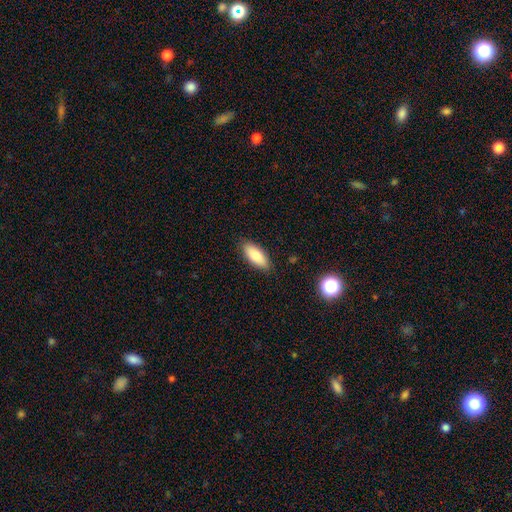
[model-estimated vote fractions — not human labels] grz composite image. It shows a smooth galaxy with no disk features (84%) that is in between round and cigar-shaped (80%). Merging: none (87%).